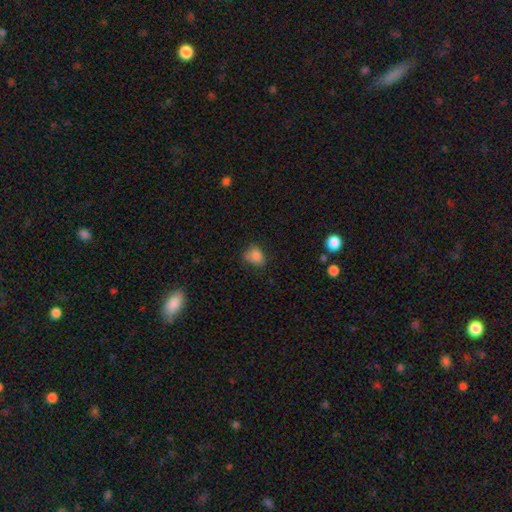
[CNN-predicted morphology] smooth_or_featured: smooth (p=0.82) [alt: star or artifact p=0.11]
how_rounded: in between (p=0.63) [alt: round p=0.36]
merging: none (p=0.53) [alt: minor disturbance p=0.33]